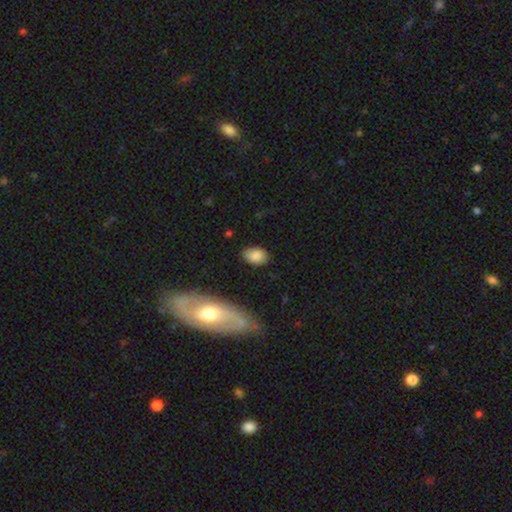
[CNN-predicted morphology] Q: Smooth or featured?
A: smooth (85%); runner-up: star or artifact (8%)
Q: How rounded?
A: in between (87%); runner-up: round (12%)
Q: Merging?
A: none (80%); runner-up: minor disturbance (15%)